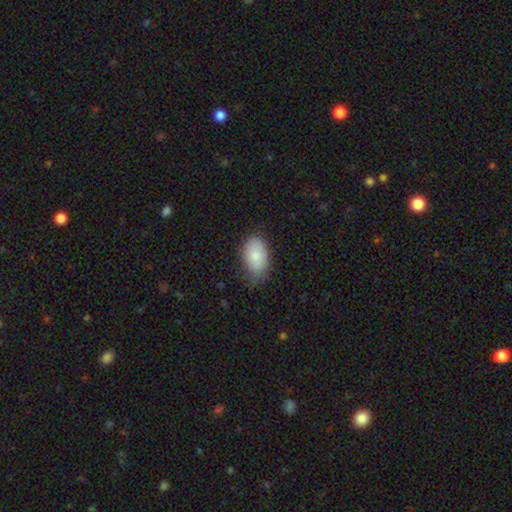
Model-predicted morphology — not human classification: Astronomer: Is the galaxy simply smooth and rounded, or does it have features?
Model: smooth — 84%.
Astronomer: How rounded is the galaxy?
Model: in between — 93%.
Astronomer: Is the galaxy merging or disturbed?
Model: none — 65%.